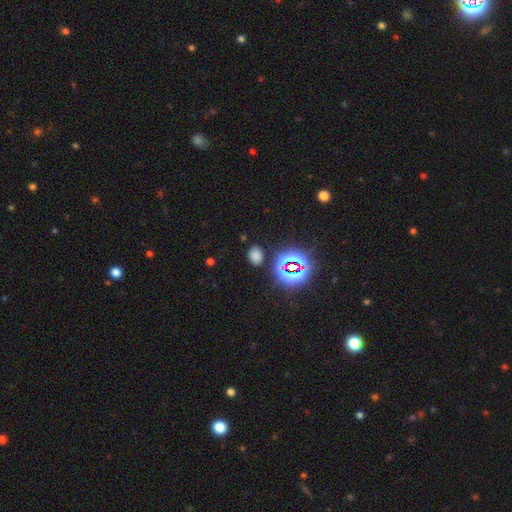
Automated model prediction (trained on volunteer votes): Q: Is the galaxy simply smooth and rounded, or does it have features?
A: smooth — 65%.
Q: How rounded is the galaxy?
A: in between — 65%.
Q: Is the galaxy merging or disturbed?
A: none — 84%.